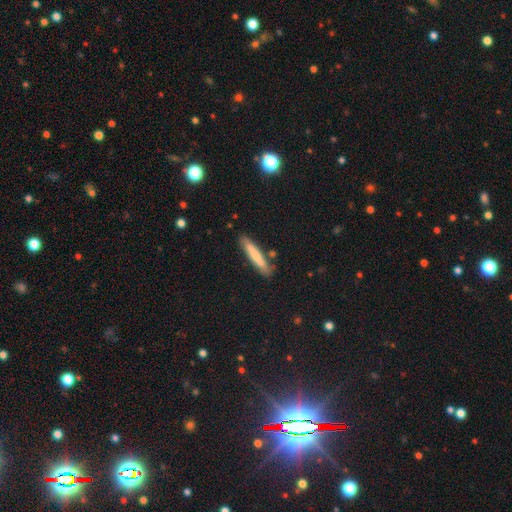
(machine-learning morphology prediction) A smooth galaxy with no disk features (67%) that is cigar-shaped (91%).

Vote fractions:
- Smooth or featured? smooth: 67% / featured or disk: 26% / star or artifact: 6%
- How rounded? cigar-shaped: 91% / in between: 8% / round: 1%
- Merging? none: 80% / minor disturbance: 13% / merger: 5% / major disturbance: 3%